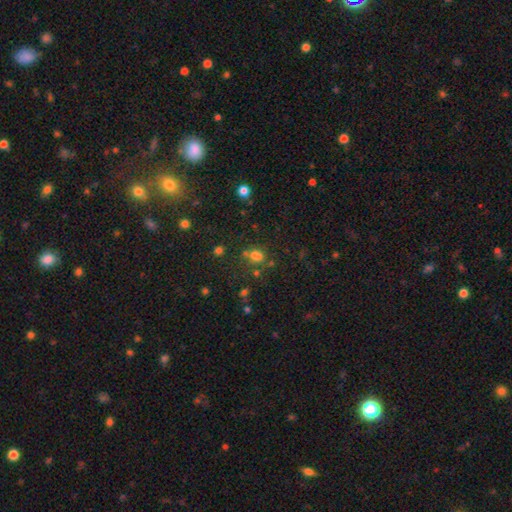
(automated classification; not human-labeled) Smooth or featured? smooth (67%)
How rounded? round (58%)
Merging? none (56%)